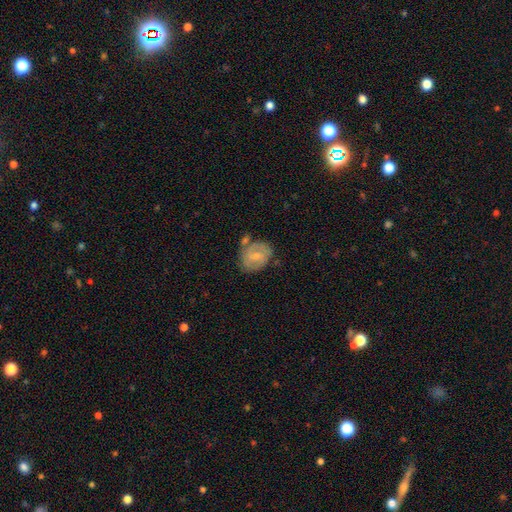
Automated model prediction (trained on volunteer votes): Smooth or featured: featured or disk — 60% (smooth — 33%)
Edge-on disk: no — 97% (yes — 3%)
Bar: weak — 51% (no — 38%)
Spiral arms: yes — 82% (no — 18%)
Bulge size: small — 58% (moderate — 35%)
Merging: none — 57% (minor disturbance — 22%)